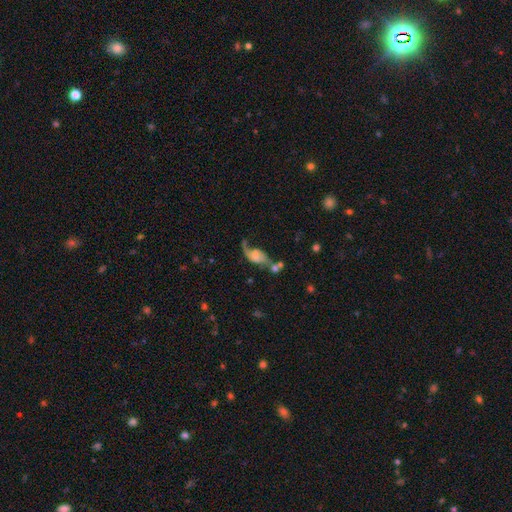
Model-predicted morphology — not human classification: This appears to be a featured or disk galaxy (66%) with no bar (56%), 2 (66%) loose (75%) spiral arms (84%) and a small central bulge (35%). Merging: none (29%).